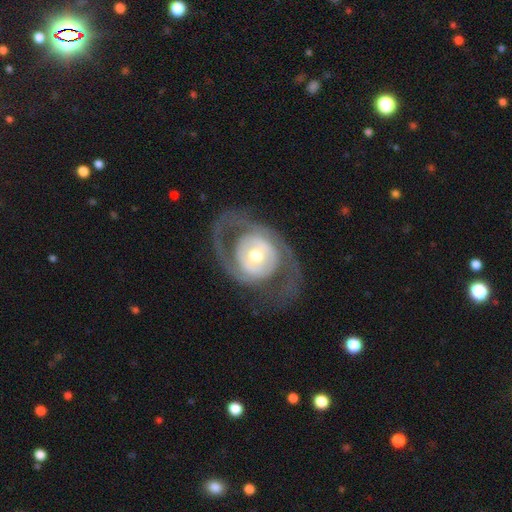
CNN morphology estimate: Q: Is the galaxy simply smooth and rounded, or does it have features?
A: featured or disk — 76%.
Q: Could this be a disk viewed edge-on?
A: no — 95%.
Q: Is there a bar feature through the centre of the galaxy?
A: no — 65%.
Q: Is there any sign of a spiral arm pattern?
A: yes — 61%.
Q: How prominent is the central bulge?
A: moderate — 65%.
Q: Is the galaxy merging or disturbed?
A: none — 66%.